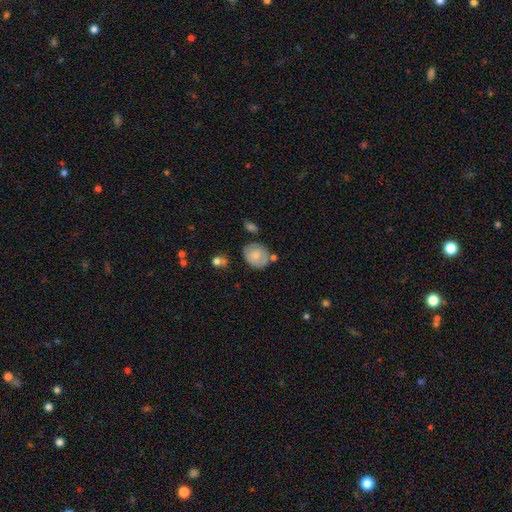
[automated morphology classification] Smooth or featured?
  - smooth: 70% *
  - featured or disk: 22%
  - star or artifact: 7%
How rounded?
  - round: 58% *
  - in between: 41%
  - cigar-shaped: 1%
Merging?
  - none: 66% *
  - minor disturbance: 20%
  - merger: 9%
  - major disturbance: 5%